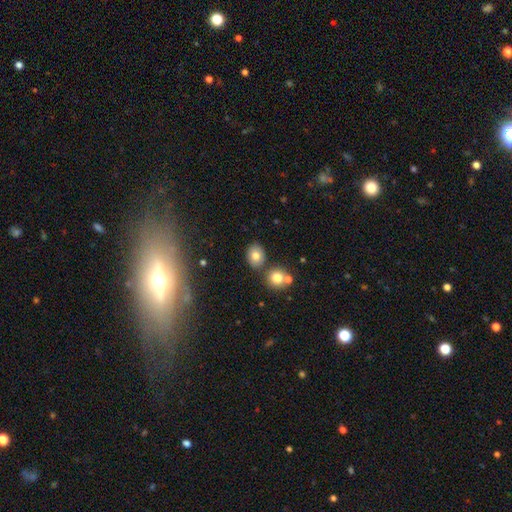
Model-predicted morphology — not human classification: Q: Smooth or featured?
A: smooth (78%); runner-up: featured or disk (11%)
Q: How rounded?
A: in between (52%); runner-up: round (47%)
Q: Merging?
A: none (75%); runner-up: merger (12%)